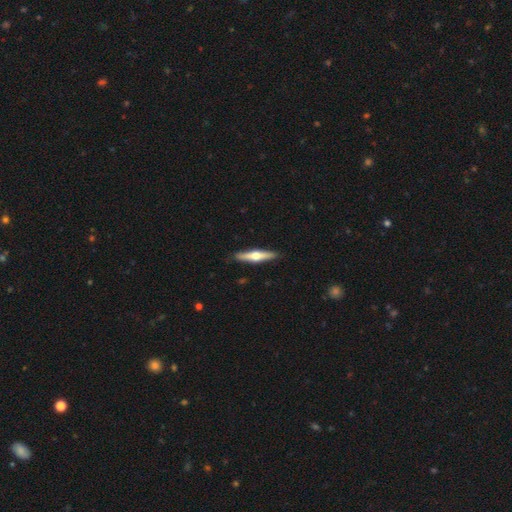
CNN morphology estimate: featured or disk 61%, smooth 34%, star or artifact 5%. Down the decision tree: edge-on disk — yes (96%); edge-on bulge — rounded (94%); merging — none (90%).